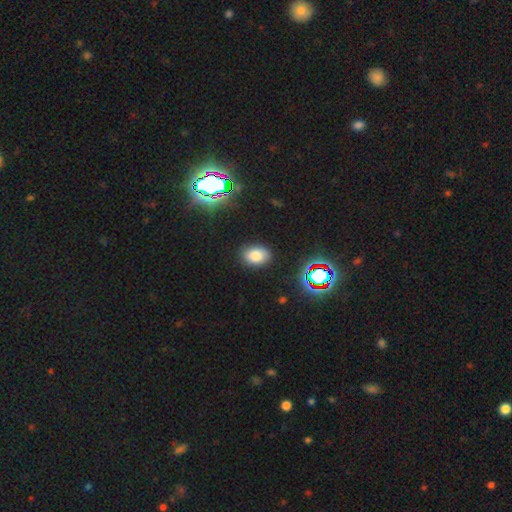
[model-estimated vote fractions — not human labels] smooth-or-featured: smooth: 77% | star or artifact: 15% | featured or disk: 8%
  how-rounded: in between: 76% | round: 23% | cigar-shaped: 1%
  merging: none: 85% | minor disturbance: 11% | major disturbance: 3% | merger: 2%